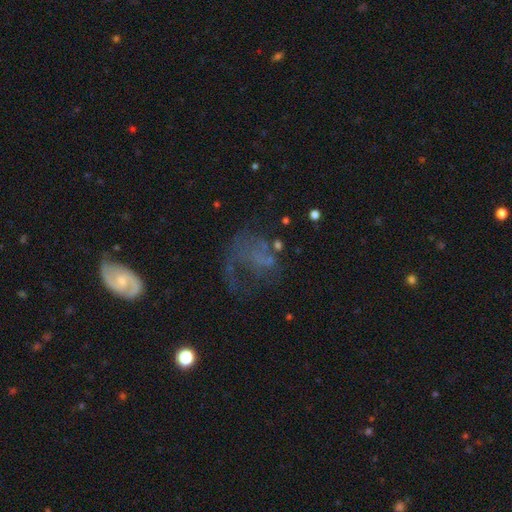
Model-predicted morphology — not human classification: Smooth or featured: featured or disk — 52% (smooth — 27%)
Edge-on disk: no — 97% (yes — 3%)
Bar: no — 84% (weak — 12%)
Spiral arms: no — 59% (yes — 41%)
Bulge size: none — 69% (small — 19%)
Merging: major disturbance — 48% (none — 30%)